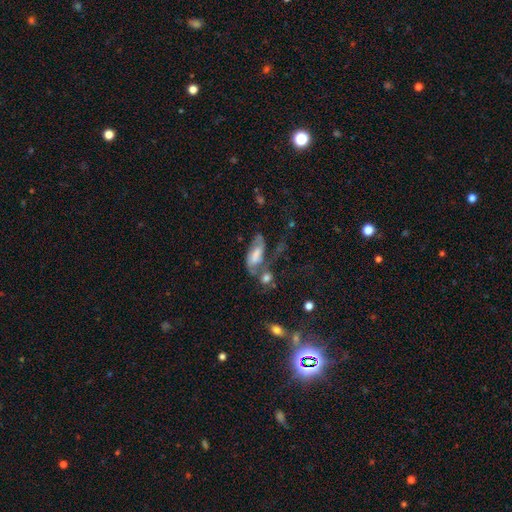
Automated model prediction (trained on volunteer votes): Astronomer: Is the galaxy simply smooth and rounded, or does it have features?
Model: featured or disk — 54% (runner-up: smooth, 36%).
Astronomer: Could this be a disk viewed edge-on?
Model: no — 91%.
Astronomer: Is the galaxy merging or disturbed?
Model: merger — 32% (runner-up: none, 26%).